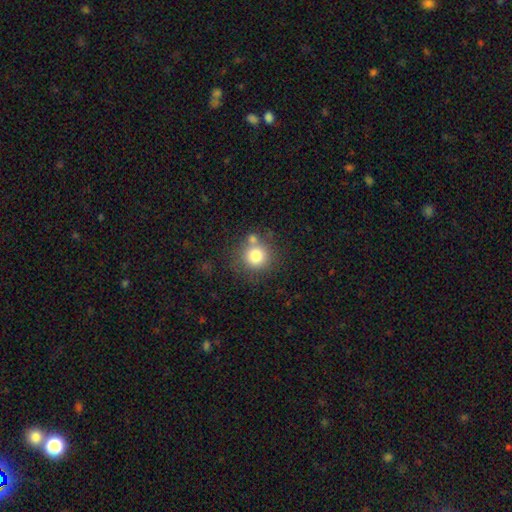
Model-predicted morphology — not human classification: type=smooth (78%); roundness=round (92%); merging=none (69%).